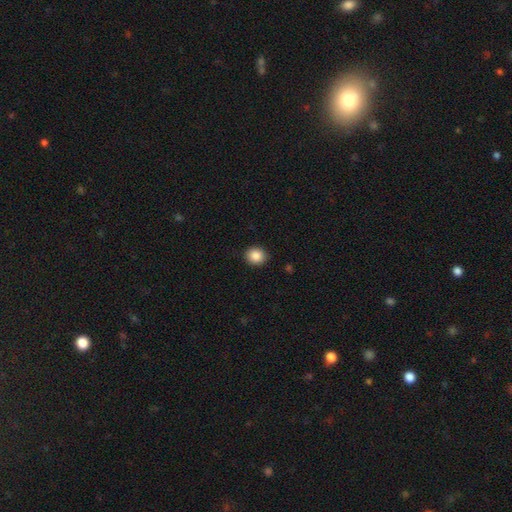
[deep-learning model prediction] This is clearly a smooth galaxy (88%). How rounded: likely round (76%). Merging: clearly none (91%).